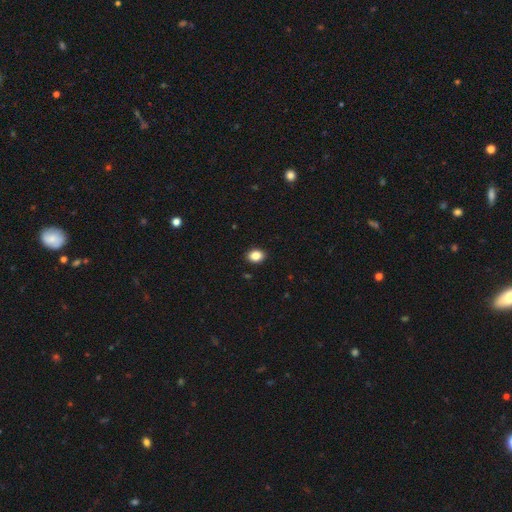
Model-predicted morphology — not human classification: Smooth or featured? Predicted: smooth (p=0.86). How rounded? Predicted: in between (p=0.63). Merging? Predicted: none (p=0.91).